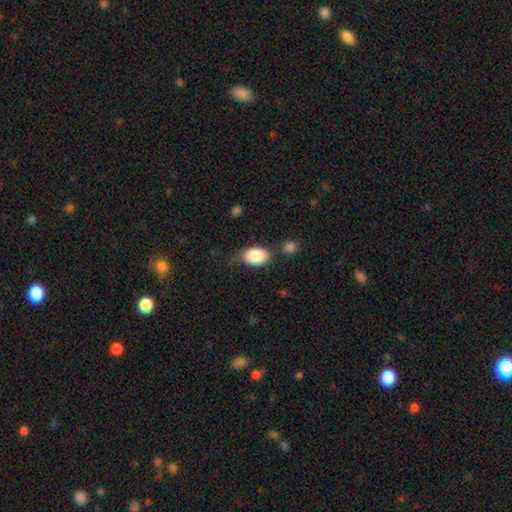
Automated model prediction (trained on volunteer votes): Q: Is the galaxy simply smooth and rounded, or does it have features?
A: smooth — 87%.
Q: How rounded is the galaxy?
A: in between — 88%.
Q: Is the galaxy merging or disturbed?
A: none — 60%.